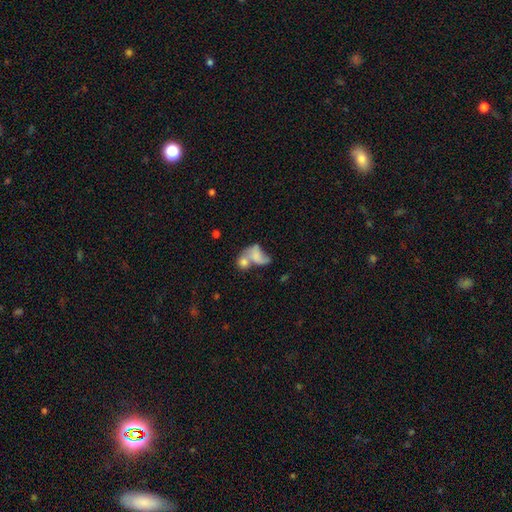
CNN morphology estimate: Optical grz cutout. It shows a smooth galaxy with no disk features (58%) that is in between round and cigar-shaped (77%). Merging: merger (62%).